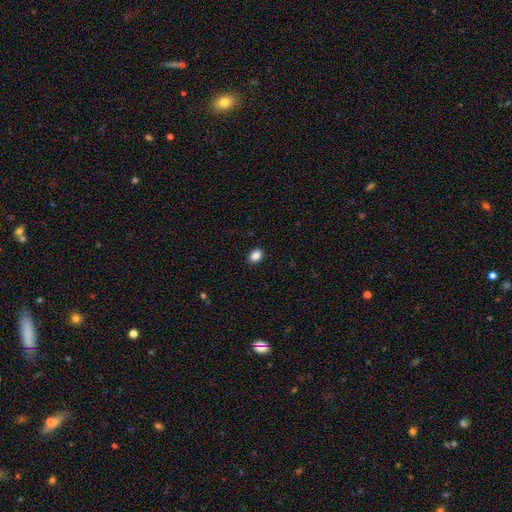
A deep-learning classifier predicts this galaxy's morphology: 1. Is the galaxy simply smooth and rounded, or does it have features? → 87% smooth, 9% star or artifact, 4% featured or disk.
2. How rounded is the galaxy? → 71% in between, 28% round, 1% cigar-shaped.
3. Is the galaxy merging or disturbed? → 90% none, 7% minor disturbance, 2% major disturbance, 1% merger.